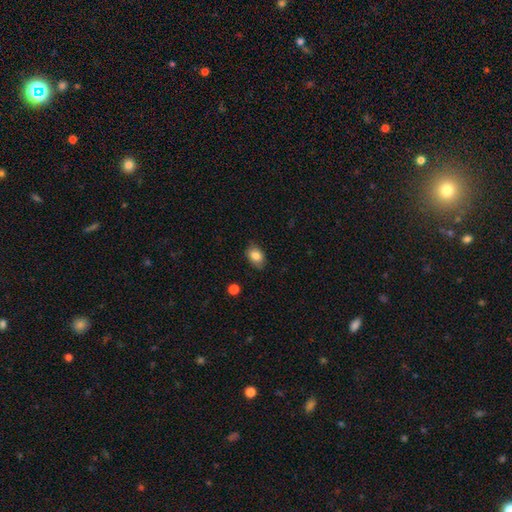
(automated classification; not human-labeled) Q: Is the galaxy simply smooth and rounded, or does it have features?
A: smooth — 84%.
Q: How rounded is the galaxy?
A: in between — 82%.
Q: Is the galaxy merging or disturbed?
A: none — 82%.